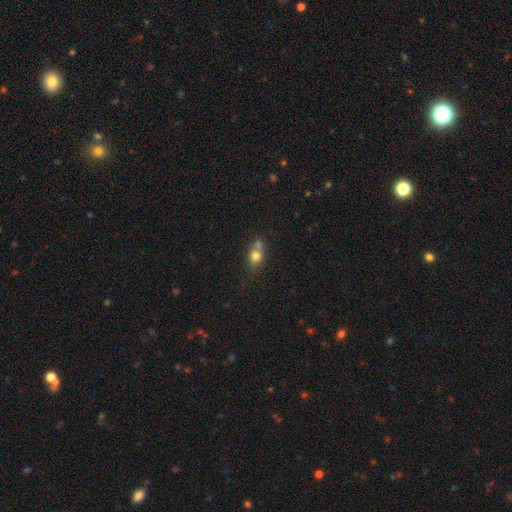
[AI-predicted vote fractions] Smooth or featured? smooth (75%)
How rounded? round (55%)
Merging? merger (40%)